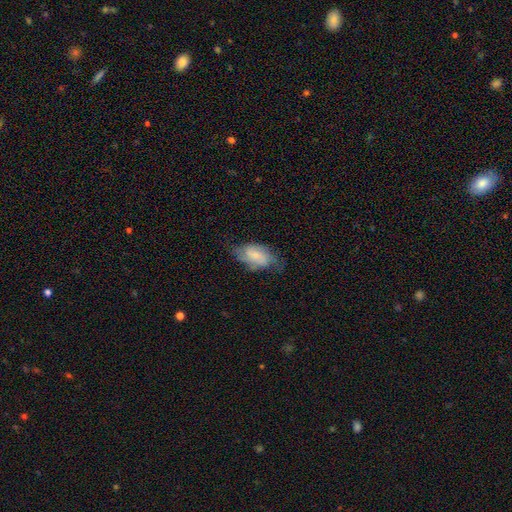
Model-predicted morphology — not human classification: Smooth or featured? Predicted: featured or disk (p=0.47). Merging? Predicted: none (p=0.56).